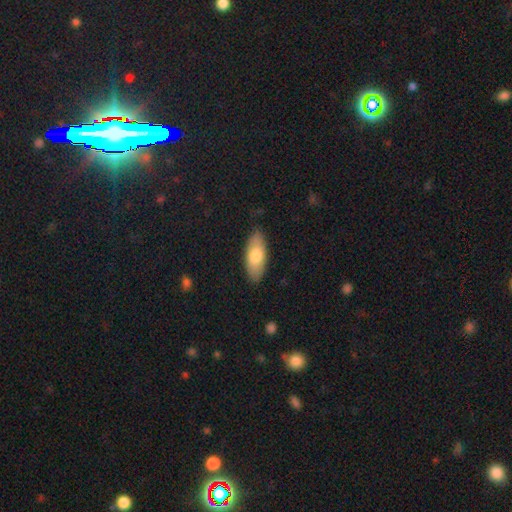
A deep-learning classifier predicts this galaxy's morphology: smooth-or-featured: smooth: 75% | featured or disk: 19% | star or artifact: 5%
  how-rounded: in between: 79% | cigar-shaped: 19% | round: 2%
  merging: none: 85% | minor disturbance: 12% | major disturbance: 2% | merger: 1%